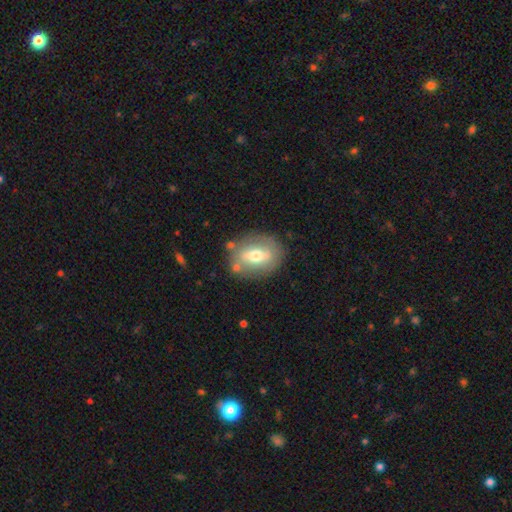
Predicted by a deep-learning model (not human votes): smooth-or-featured: smooth: 48% | featured or disk: 44% | star or artifact: 8%
  merging: none: 78% | minor disturbance: 13% | merger: 5% | major disturbance: 4%